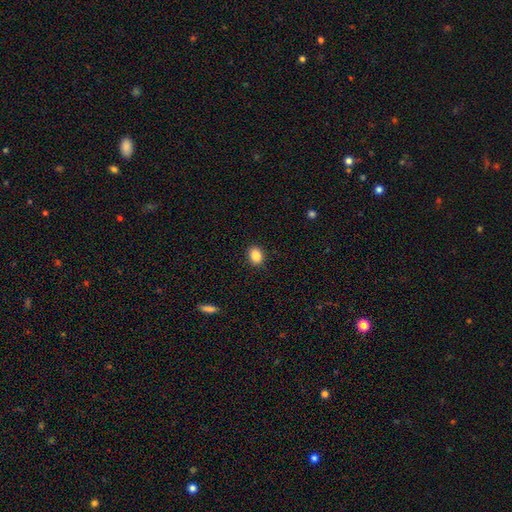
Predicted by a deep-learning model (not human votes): Morphology: type=smooth (86%); roundness=in between (53%); merging=none (90%).